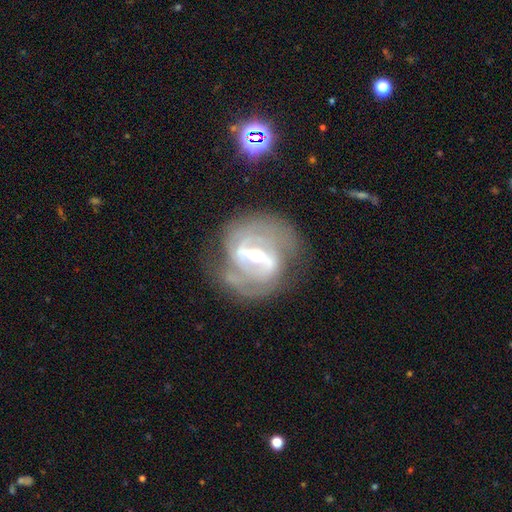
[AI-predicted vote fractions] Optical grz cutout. It shows a featured or disk galaxy (87%) with a strong bar (63%), 2 (53%) tight (44%) spiral arms (91%) and a small central bulge (56%). Merging: none (63%).